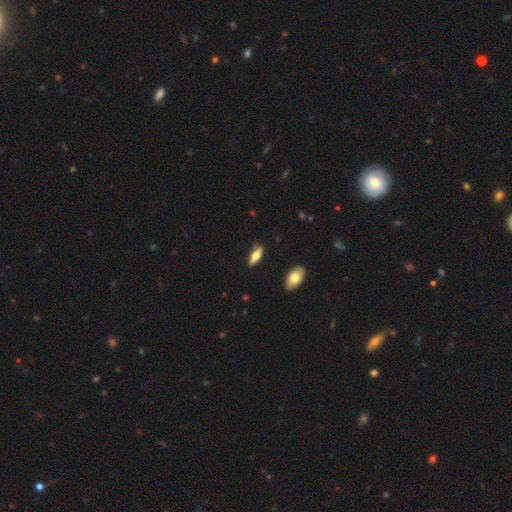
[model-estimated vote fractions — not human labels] Smooth or featured?
  - smooth: 65% *
  - featured or disk: 29%
  - star or artifact: 6%
How rounded?
  - in between: 66% *
  - cigar-shaped: 32%
  - round: 3%
Merging?
  - none: 79% *
  - minor disturbance: 15%
  - major disturbance: 3%
  - merger: 3%